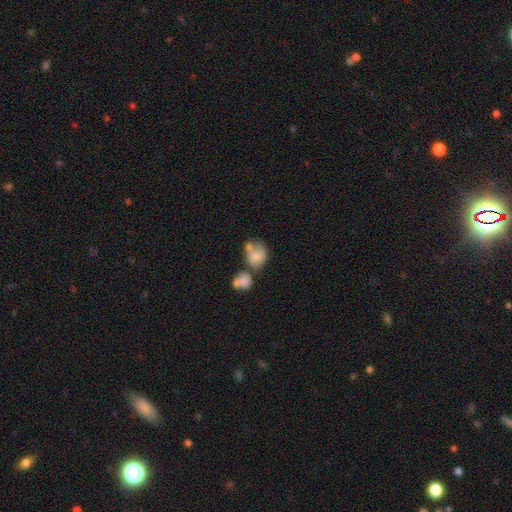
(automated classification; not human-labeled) smooth_or_featured: smooth (p=0.69) [alt: featured or disk p=0.23]
how_rounded: in between (p=0.50) [alt: round p=0.49]
merging: merger (p=0.51) [alt: none p=0.24]